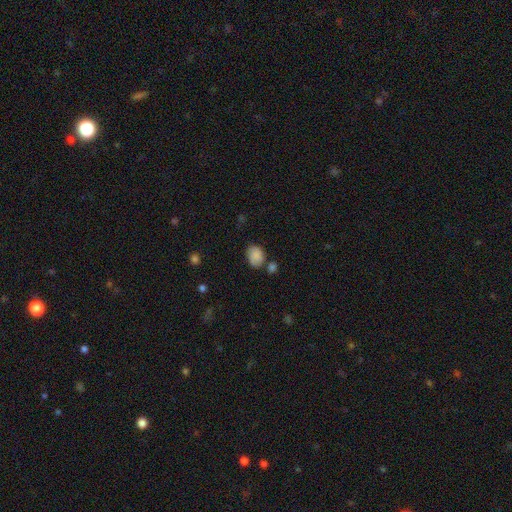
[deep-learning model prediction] smooth-or-featured: smooth: 86% | star or artifact: 9% | featured or disk: 6%
  how-rounded: in between: 61% | round: 38% | cigar-shaped: 1%
  merging: none: 64% | minor disturbance: 19% | merger: 11% | major disturbance: 5%